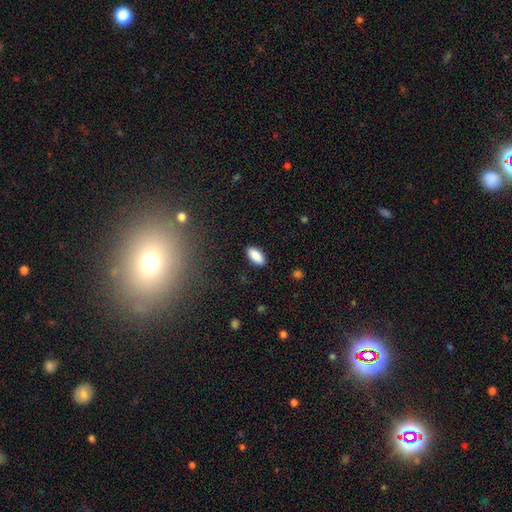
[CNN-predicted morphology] type=smooth (88%); roundness=in between (89%); merging=none (88%).